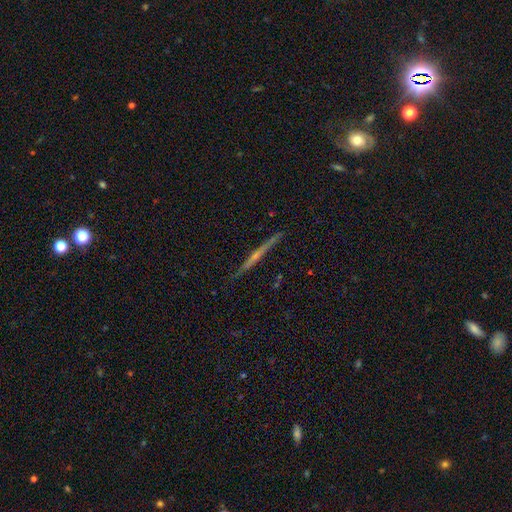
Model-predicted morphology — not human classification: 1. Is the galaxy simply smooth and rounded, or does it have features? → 75% featured or disk, 18% smooth, 7% star or artifact.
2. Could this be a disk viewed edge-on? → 98% yes, 2% no.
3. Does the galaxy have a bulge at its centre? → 56% rounded, 38% none, 7% boxy.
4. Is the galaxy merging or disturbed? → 90% none, 7% minor disturbance, 1% major disturbance, 1% merger.